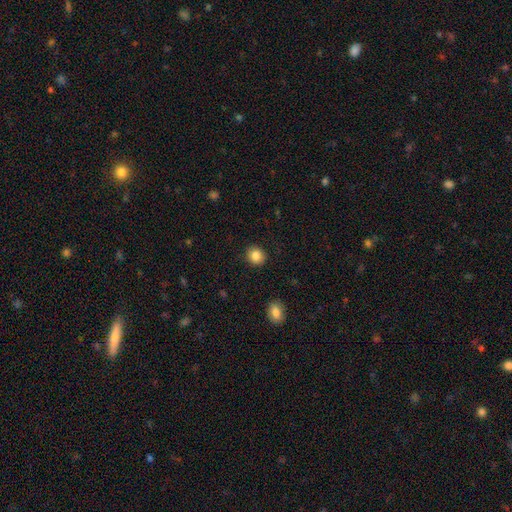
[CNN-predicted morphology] This appears to be a smooth galaxy with no disk features (85%) that is round (80%). Merging: none (91%).